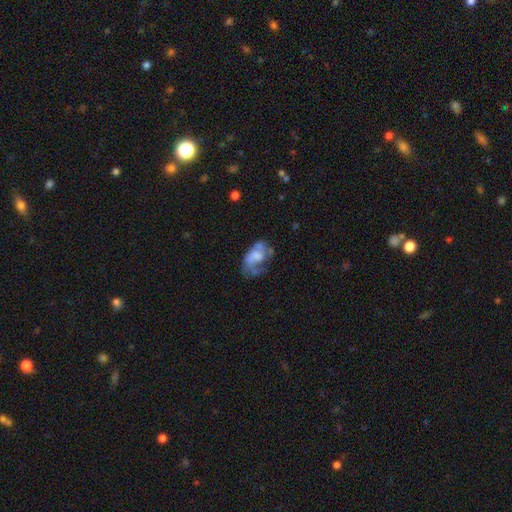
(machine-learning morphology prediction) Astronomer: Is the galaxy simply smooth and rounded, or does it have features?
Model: featured or disk — 57% (runner-up: smooth, 35%).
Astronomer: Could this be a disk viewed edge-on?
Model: no — 97%.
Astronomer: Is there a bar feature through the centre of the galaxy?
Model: no — 71%.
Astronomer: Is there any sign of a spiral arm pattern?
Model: yes — 58% (runner-up: no, 42%).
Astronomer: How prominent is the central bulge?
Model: none — 36% (runner-up: moderate, 26%).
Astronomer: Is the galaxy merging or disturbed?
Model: major disturbance — 37% (runner-up: none, 32%).